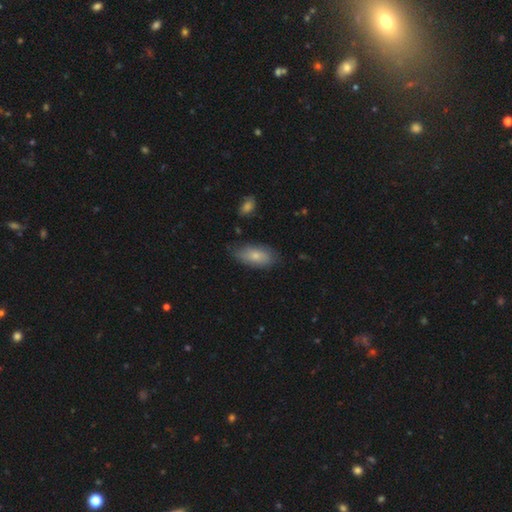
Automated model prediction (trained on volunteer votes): Overall: smooth (73%). How rounded: in between (90%). Merging: none (68%).